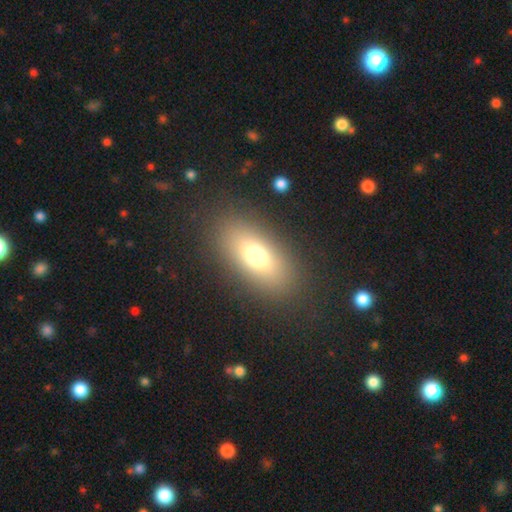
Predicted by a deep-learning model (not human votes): smooth 70%, featured or disk 18%, star or artifact 12%. Down the decision tree: how rounded — in between (83%); merging — none (85%).